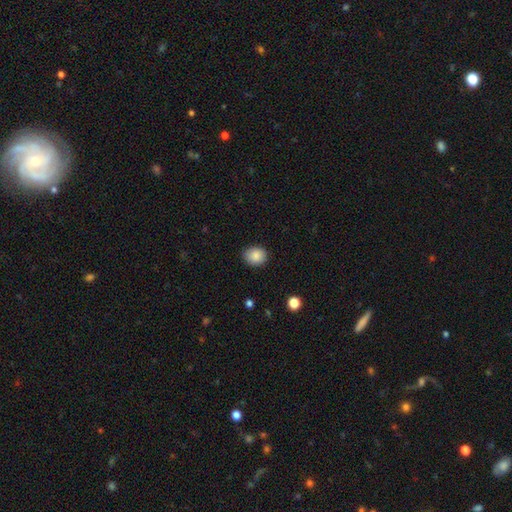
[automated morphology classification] Overall: smooth (87%). How rounded: round (62%; in between 37%). Merging: none (83%).